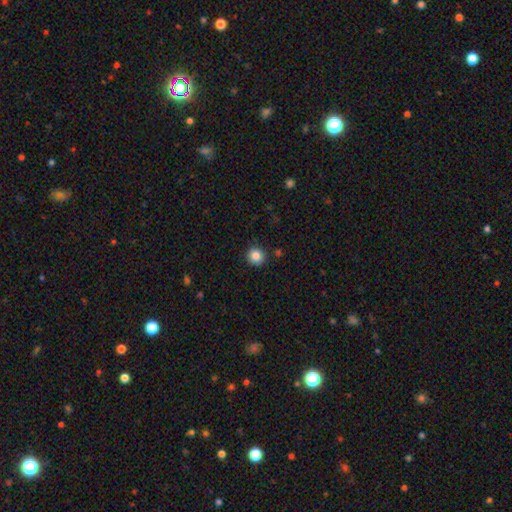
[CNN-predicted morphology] A smooth galaxy with no disk features (86%) that is round (93%).

Vote fractions:
- Smooth or featured? smooth: 86% / star or artifact: 10% / featured or disk: 4%
- How rounded? round: 93% / in between: 6% / cigar-shaped: 1%
- Merging? none: 90% / minor disturbance: 7% / major disturbance: 2% / merger: 2%